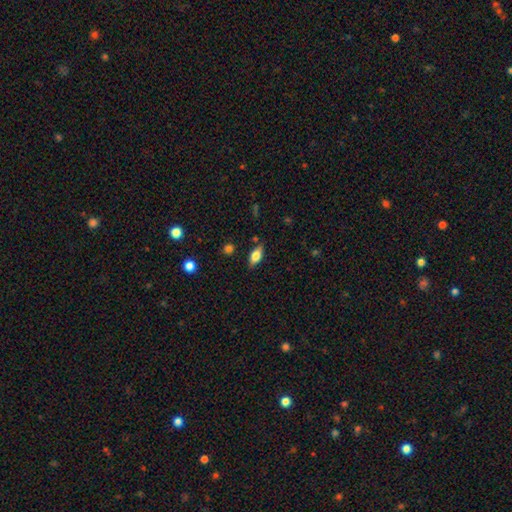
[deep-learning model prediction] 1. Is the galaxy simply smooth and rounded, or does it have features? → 74% smooth, 17% featured or disk, 8% star or artifact.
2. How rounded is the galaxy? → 86% in between, 9% cigar-shaped, 5% round.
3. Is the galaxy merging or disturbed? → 82% none, 13% minor disturbance, 3% major disturbance, 2% merger.